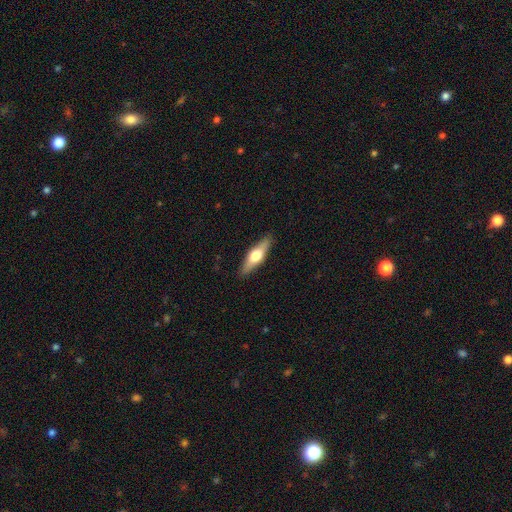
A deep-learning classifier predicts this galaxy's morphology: featured or disk 49%, smooth 46%, star or artifact 5%. Down the decision tree: merging — none (89%).